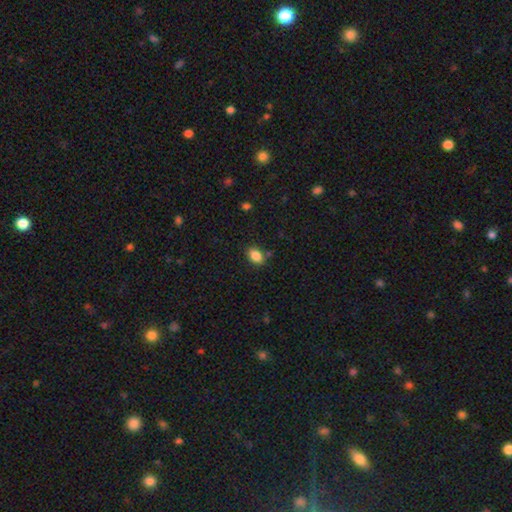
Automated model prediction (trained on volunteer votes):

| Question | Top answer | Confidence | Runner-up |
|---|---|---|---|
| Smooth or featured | smooth | 86% | star or artifact (9%) |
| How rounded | in between | 81% | round (18%) |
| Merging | none | 81% | minor disturbance (12%) |